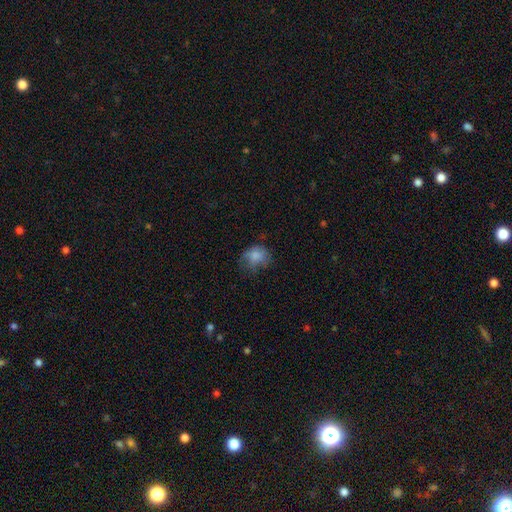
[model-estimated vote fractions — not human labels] A smooth galaxy with no disk features (75%) that is round (57%). Merging: none (49%).